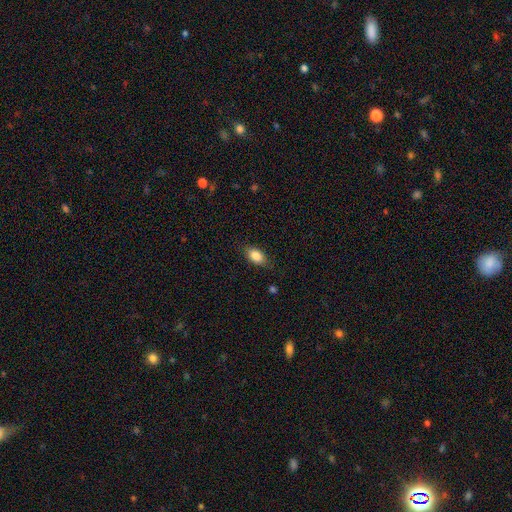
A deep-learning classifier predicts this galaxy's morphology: smooth-or-featured: smooth: 84% | featured or disk: 8% | star or artifact: 8%
  how-rounded: in between: 87% | round: 9% | cigar-shaped: 4%
  merging: none: 80% | minor disturbance: 15% | major disturbance: 4% | merger: 1%